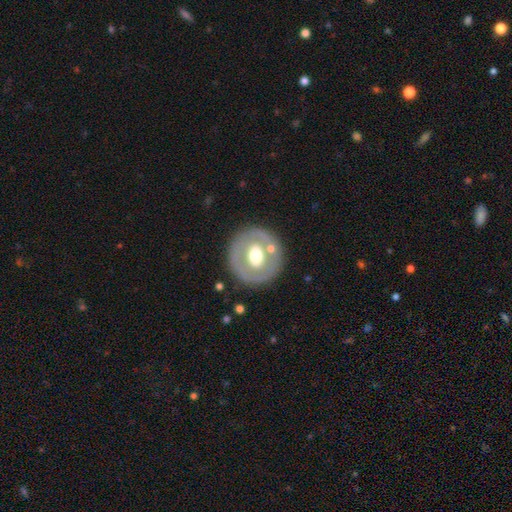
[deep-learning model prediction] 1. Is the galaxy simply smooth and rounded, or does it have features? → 54% featured or disk, 40% smooth, 6% star or artifact.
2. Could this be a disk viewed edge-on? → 94% no, 6% yes.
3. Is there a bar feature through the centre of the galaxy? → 61% no, 25% weak, 14% strong.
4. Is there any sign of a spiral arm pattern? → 88% no, 12% yes.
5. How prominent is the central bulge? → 62% moderate, 28% large, 6% small, 2% dominant, 1% none.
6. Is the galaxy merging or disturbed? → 77% none, 12% minor disturbance, 6% merger, 6% major disturbance.